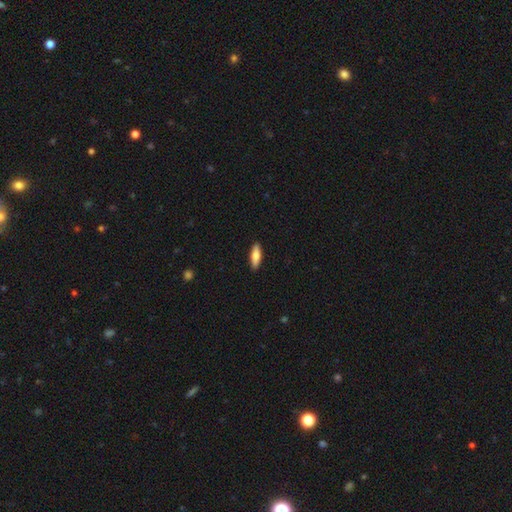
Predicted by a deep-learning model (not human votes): This appears to be a smooth galaxy with no disk features (75%) that is in between round and cigar-shaped (51%). Merging: none (90%).